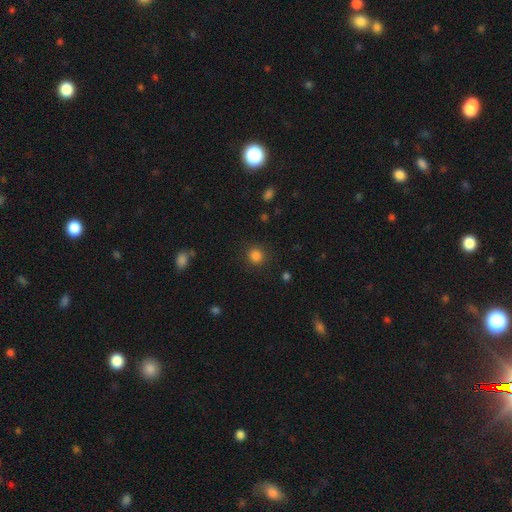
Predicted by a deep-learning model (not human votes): Overall: smooth (84%). How rounded: round (90%). Merging: none (88%).